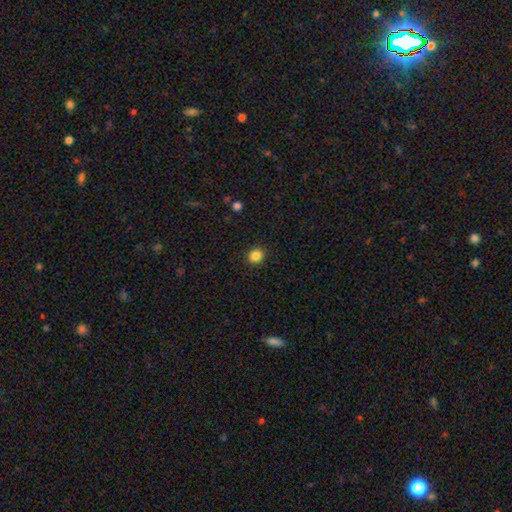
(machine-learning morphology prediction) This appears to be a smooth galaxy with no disk features (85%) that is round (88%). Merging: none (92%).